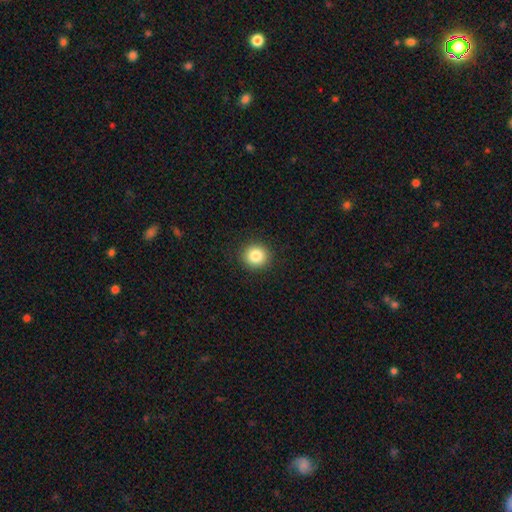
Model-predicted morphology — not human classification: Q: Smooth or featured?
A: smooth (84%); runner-up: star or artifact (10%)
Q: How rounded?
A: round (91%); runner-up: in between (8%)
Q: Merging?
A: none (92%); runner-up: minor disturbance (5%)